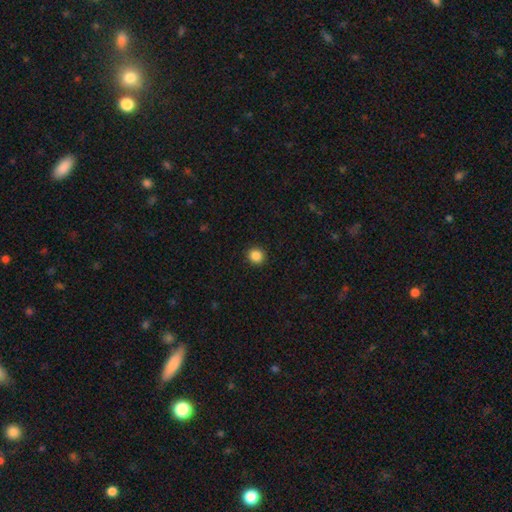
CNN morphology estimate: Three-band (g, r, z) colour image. It shows a smooth galaxy with no disk features (87%) that is round (92%). Merging: none (93%).